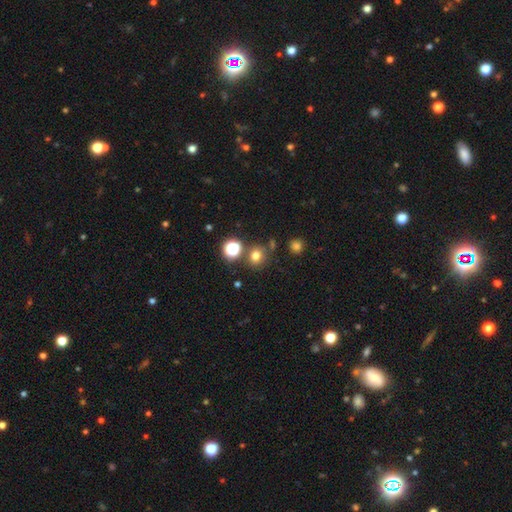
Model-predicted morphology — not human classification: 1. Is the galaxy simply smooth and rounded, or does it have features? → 73% smooth, 20% star or artifact, 7% featured or disk.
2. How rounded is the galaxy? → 80% round, 19% in between, 1% cigar-shaped.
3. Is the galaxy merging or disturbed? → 76% none, 11% merger, 10% minor disturbance, 4% major disturbance.